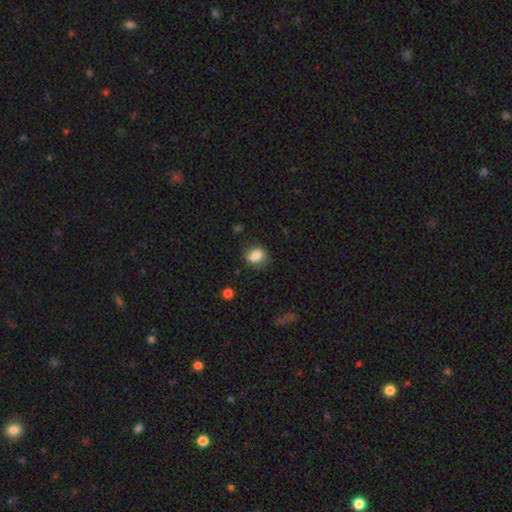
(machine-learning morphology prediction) Q: Smooth or featured?
A: smooth (82%); runner-up: featured or disk (9%)
Q: How rounded?
A: in between (58%); runner-up: round (40%)
Q: Merging?
A: none (76%); runner-up: minor disturbance (17%)